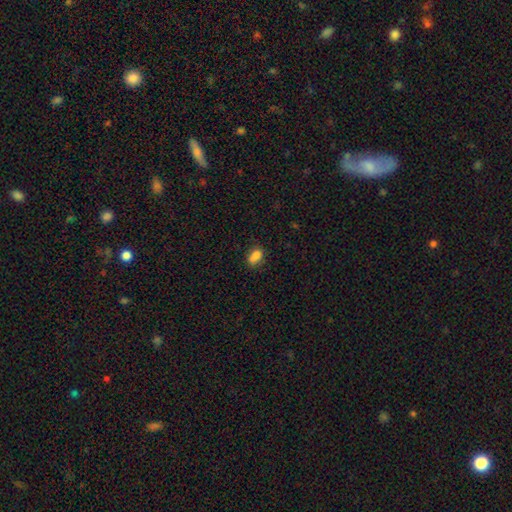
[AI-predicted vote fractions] A smooth galaxy with no disk features (79%) that is in between round and cigar-shaped (74%). Merging: none (50%).